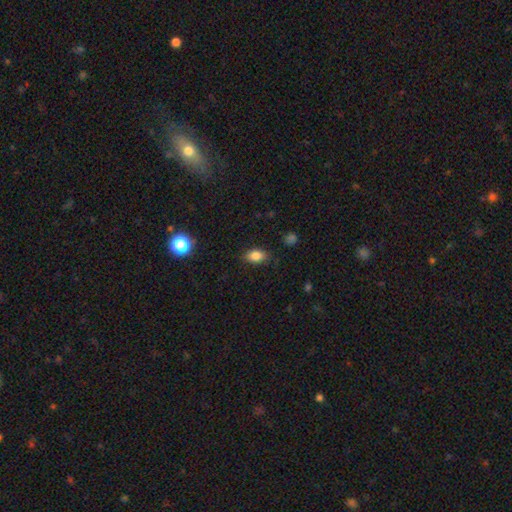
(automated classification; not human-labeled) A smooth galaxy with no disk features (84%) that is in between round and cigar-shaped (86%). Merging: none (84%).